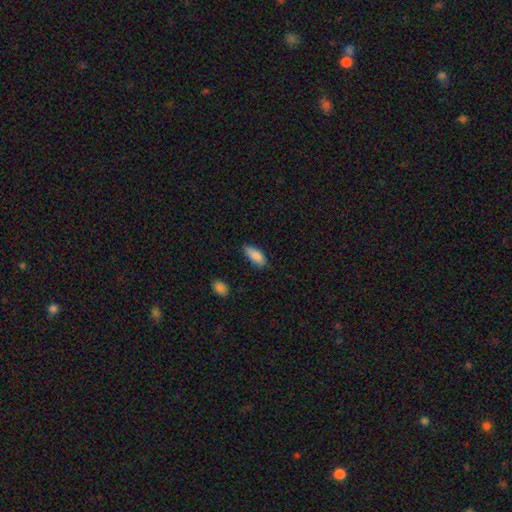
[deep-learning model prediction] This appears to be a smooth galaxy with no disk features (87%) that is in between round and cigar-shaped (79%). Merging: none (74%).